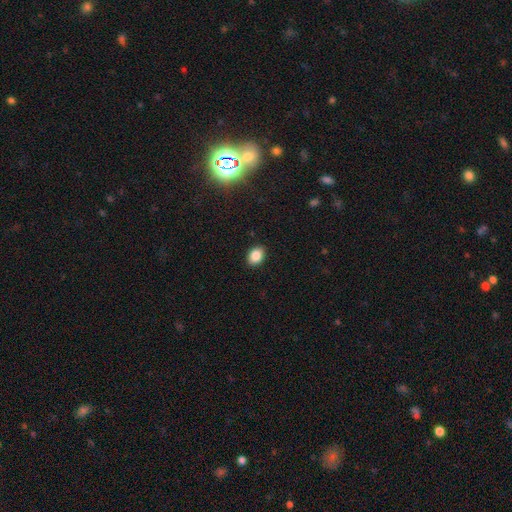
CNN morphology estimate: Smooth or featured? Predicted: smooth (p=0.87). How rounded? Predicted: in between (p=0.72). Merging? Predicted: none (p=0.90).